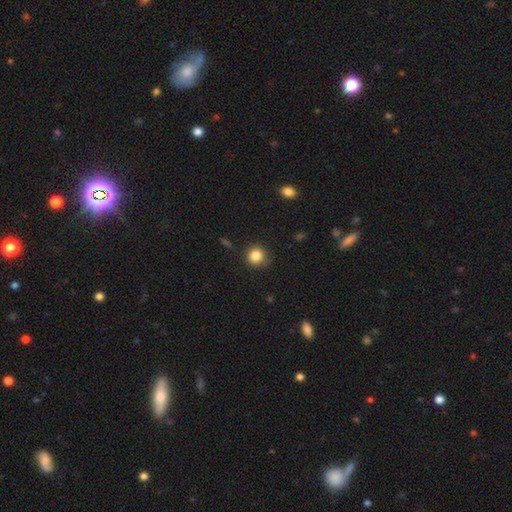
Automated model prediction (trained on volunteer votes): smooth_or_featured: smooth (p=0.84) [alt: star or artifact p=0.11]
how_rounded: round (p=0.92) [alt: in between p=0.07]
merging: none (p=0.84) [alt: minor disturbance p=0.12]